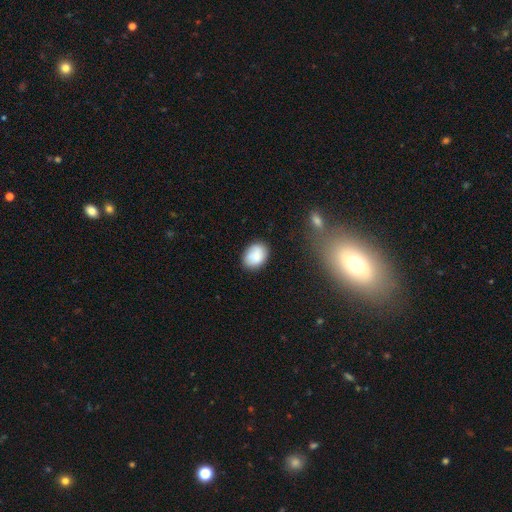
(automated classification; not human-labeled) Smooth or featured?
  - smooth: 83% *
  - featured or disk: 9%
  - star or artifact: 8%
How rounded?
  - in between: 70% *
  - round: 29%
  - cigar-shaped: 1%
Merging?
  - none: 78% *
  - minor disturbance: 16%
  - major disturbance: 3%
  - merger: 3%